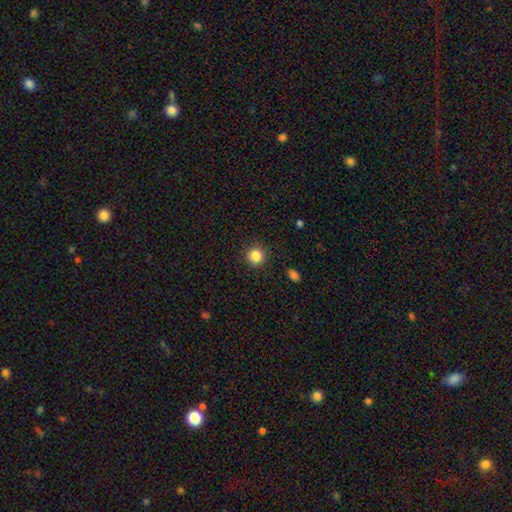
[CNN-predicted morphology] smooth 85%, star or artifact 11%, featured or disk 4%. Down the decision tree: how rounded — round (94%); merging — none (91%).